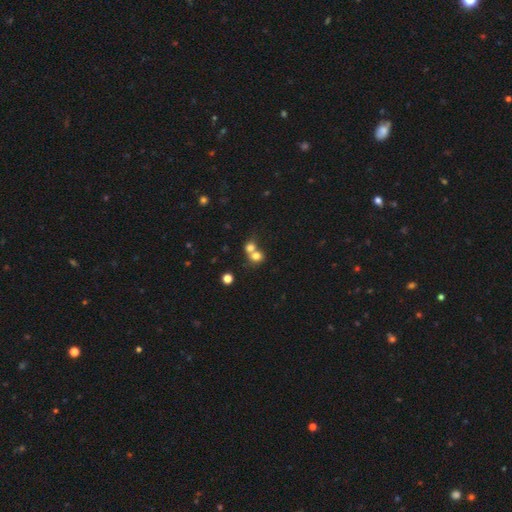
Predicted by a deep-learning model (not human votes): smooth_or_featured: smooth (p=0.75) [alt: star or artifact p=0.13]
how_rounded: round (p=0.73) [alt: in between p=0.26]
merging: merger (p=0.61) [alt: none p=0.31]